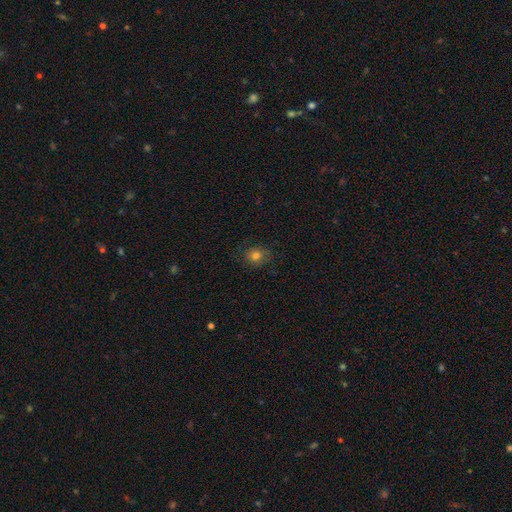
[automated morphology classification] smooth 76%, star or artifact 13%, featured or disk 11%. Down the decision tree: how rounded — round (72%); merging — none (78%).